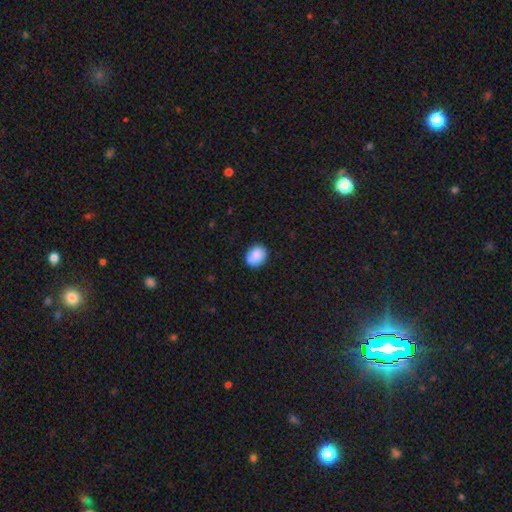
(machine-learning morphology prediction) This appears to be a smooth galaxy with no disk features (85%) that is in between round and cigar-shaped (51%). Merging: none (75%).